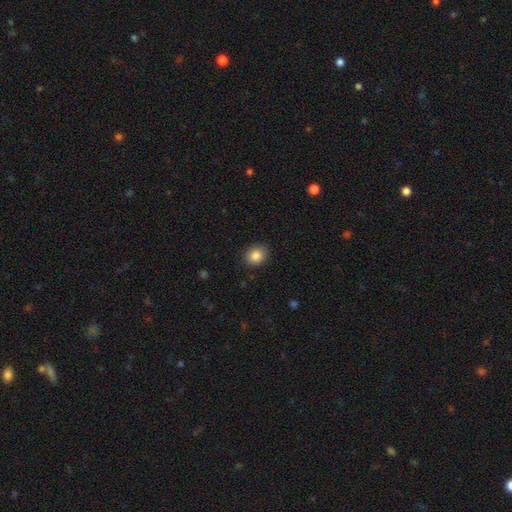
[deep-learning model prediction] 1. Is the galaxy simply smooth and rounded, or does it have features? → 86% smooth, 9% star or artifact, 5% featured or disk.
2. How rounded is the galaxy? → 59% round, 40% in between, 1% cigar-shaped.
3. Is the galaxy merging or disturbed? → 89% none, 8% minor disturbance, 2% major disturbance, 1% merger.